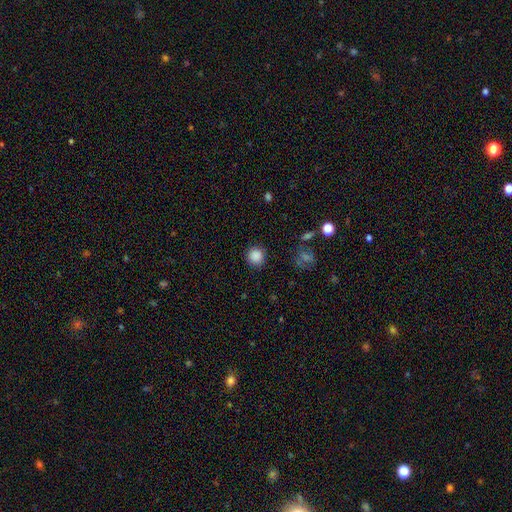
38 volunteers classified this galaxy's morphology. Smooth or featured? 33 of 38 (87%) said smooth. How rounded? 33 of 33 (100%) said round. Merging? 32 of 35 (91%) said none.